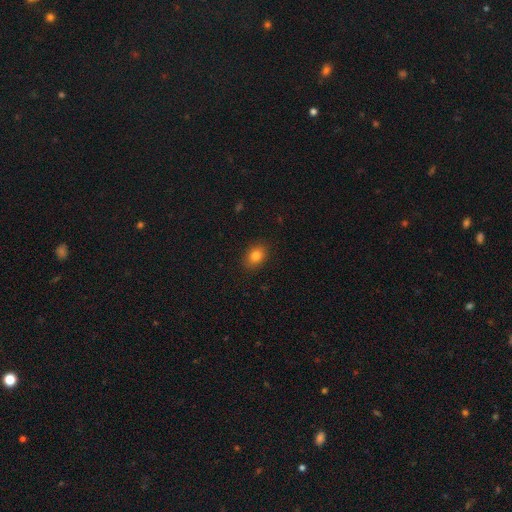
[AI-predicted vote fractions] Smooth or featured? smooth (83%)
How rounded? in between (71%)
Merging? none (88%)